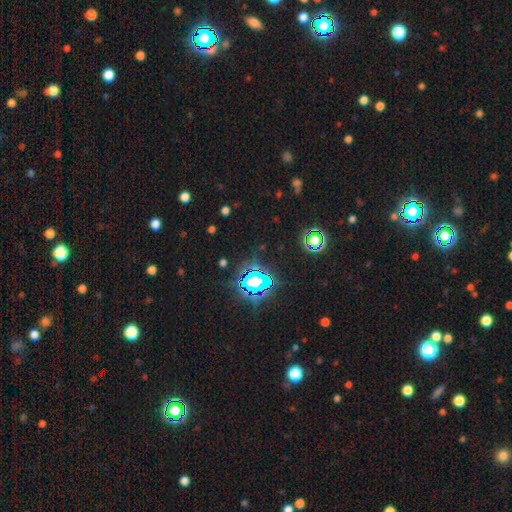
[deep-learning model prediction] Smooth or featured? Predicted: star or artifact (p=0.78).